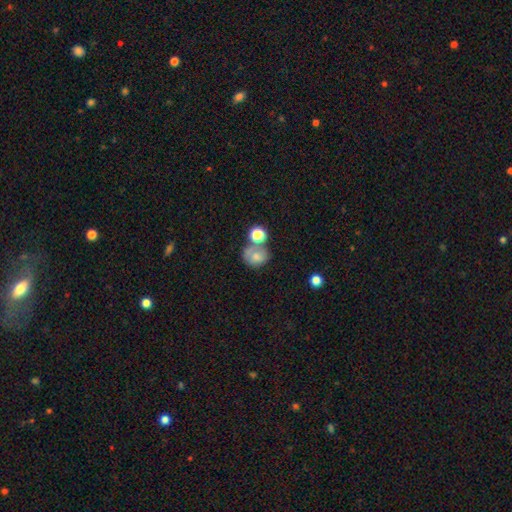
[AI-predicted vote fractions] This appears to be a smooth galaxy with no disk features (70%) that is round (64%). Merging: none (40%).